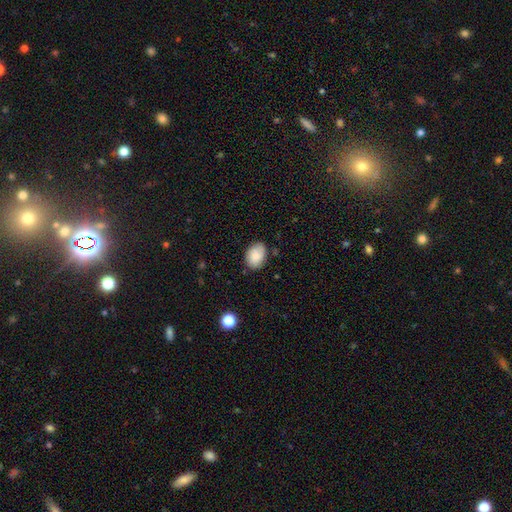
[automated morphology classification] A smooth galaxy with no disk features (85%) that is in between round and cigar-shaped (79%).

Vote fractions:
- Smooth or featured? smooth: 85% / featured or disk: 8% / star or artifact: 7%
- How rounded? in between: 79% / round: 20% / cigar-shaped: 1%
- Merging? none: 78% / minor disturbance: 17% / major disturbance: 3% / merger: 2%